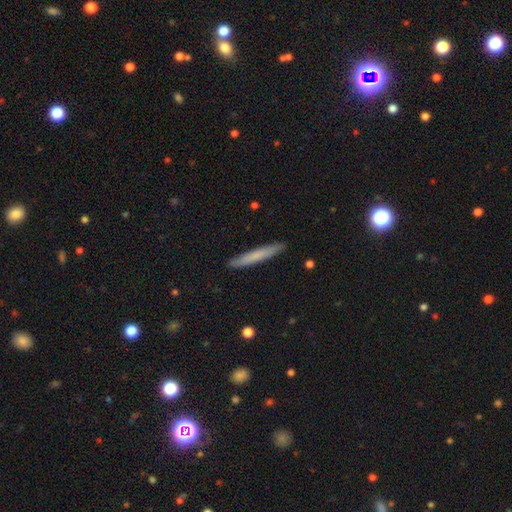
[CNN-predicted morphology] This is likely a smooth galaxy (70%). How rounded: clearly cigar-shaped (96%). Merging: clearly none (90%).